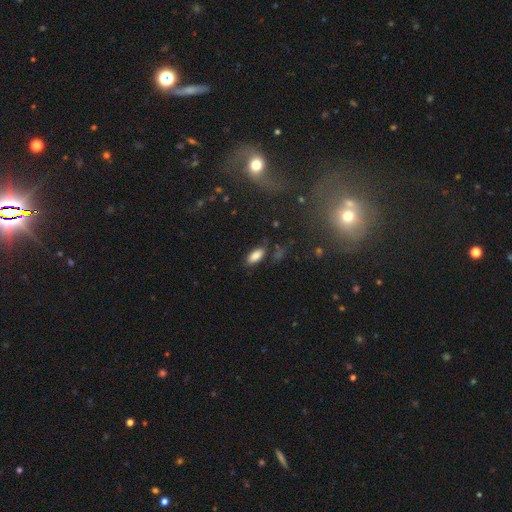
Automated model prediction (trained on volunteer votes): smooth 85%, star or artifact 8%, featured or disk 7%. Down the decision tree: how rounded — in between (87%); merging — none (80%).